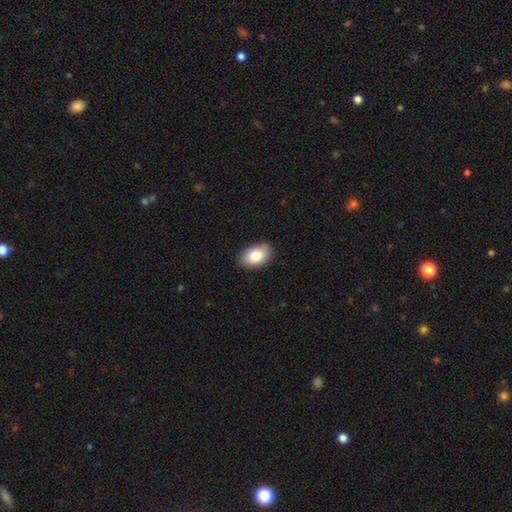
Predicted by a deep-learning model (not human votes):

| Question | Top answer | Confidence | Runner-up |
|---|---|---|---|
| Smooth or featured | smooth | 86% | featured or disk (7%) |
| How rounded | in between | 90% | round (9%) |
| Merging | none | 88% | minor disturbance (9%) |